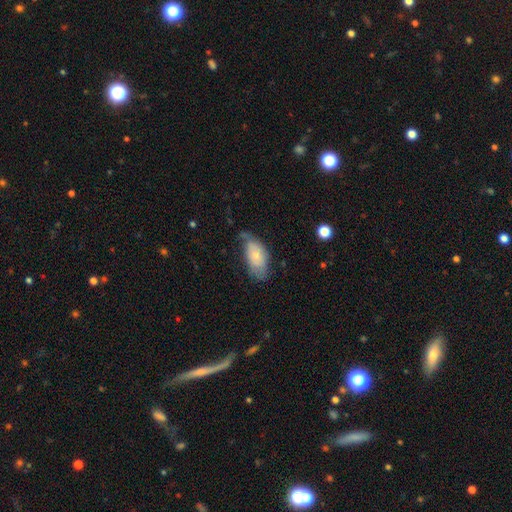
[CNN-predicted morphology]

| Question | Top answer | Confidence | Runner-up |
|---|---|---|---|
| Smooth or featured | smooth | 70% | featured or disk (24%) |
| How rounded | in between | 93% | cigar-shaped (4%) |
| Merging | none | 47% | minor disturbance (37%) |